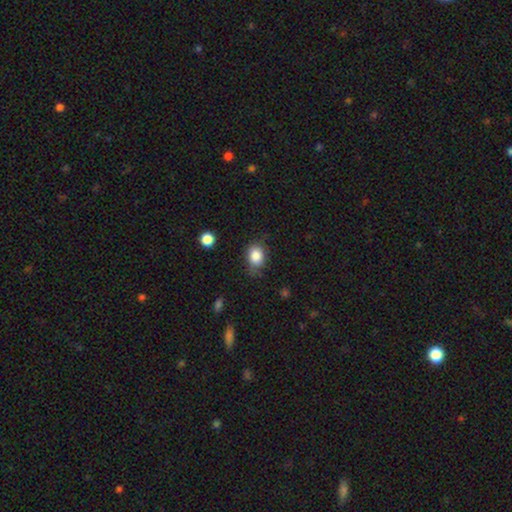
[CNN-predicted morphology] Smooth or featured? smooth (85%)
How rounded? in between (56%)
Merging? none (68%)